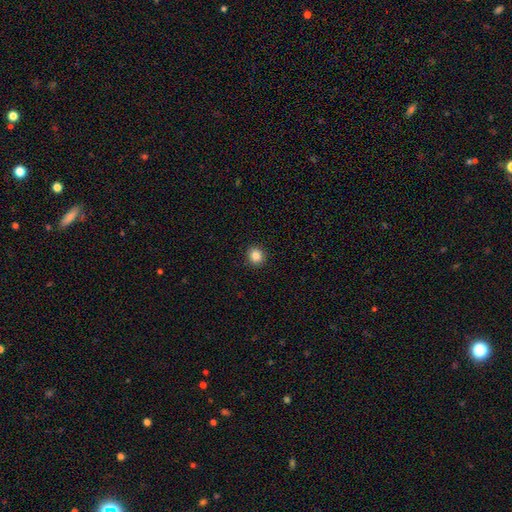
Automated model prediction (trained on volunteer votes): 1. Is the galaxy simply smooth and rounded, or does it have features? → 85% smooth, 10% star or artifact, 4% featured or disk.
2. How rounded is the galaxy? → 90% round, 9% in between, 1% cigar-shaped.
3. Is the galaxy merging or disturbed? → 92% none, 5% minor disturbance, 2% major disturbance, 1% merger.